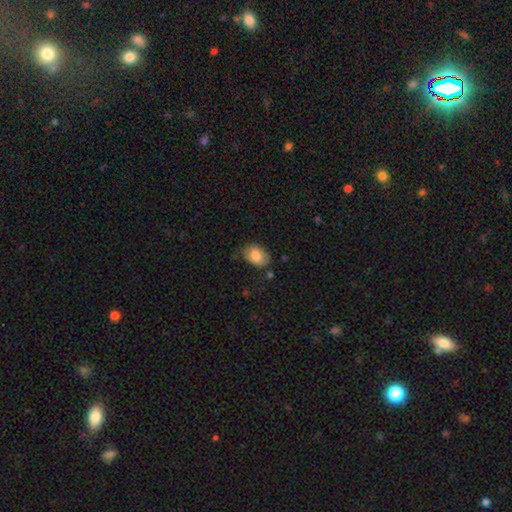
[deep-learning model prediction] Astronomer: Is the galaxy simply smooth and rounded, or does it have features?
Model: smooth — 82%.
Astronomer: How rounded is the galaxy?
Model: in between — 85%.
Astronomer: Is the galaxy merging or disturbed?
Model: none — 66%.